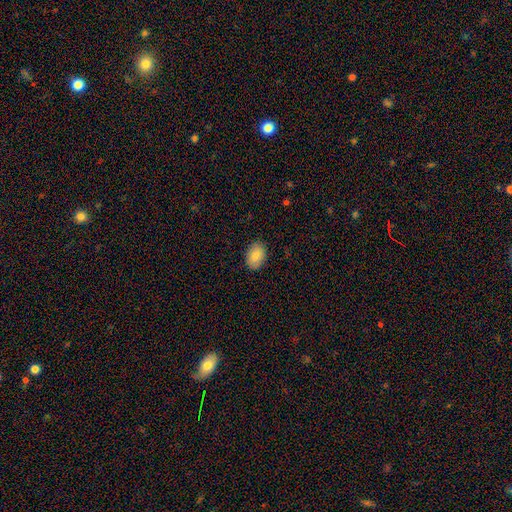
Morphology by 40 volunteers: Smooth or featured? smooth (75%)
How rounded? in between (90%)
Merging? none (86%)